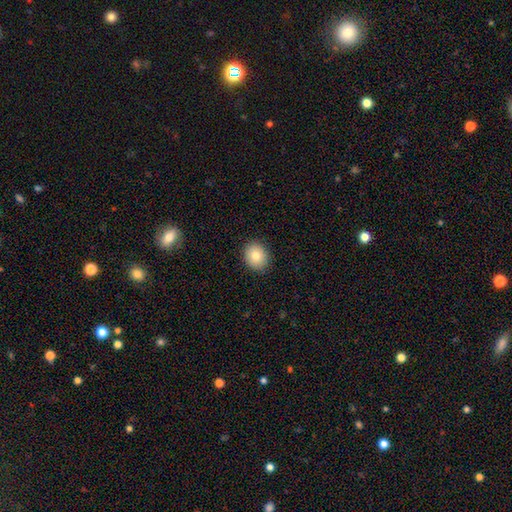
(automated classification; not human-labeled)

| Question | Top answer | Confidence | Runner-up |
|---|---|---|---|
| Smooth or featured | smooth | 80% | featured or disk (10%) |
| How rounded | round | 66% | in between (33%) |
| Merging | none | 90% | minor disturbance (7%) |